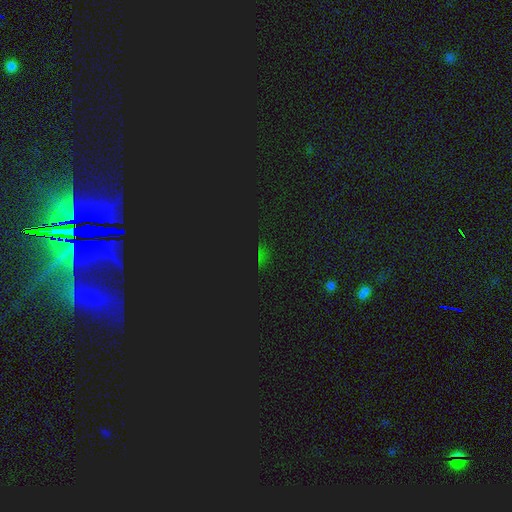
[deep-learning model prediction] This appears to be a star or artifact, not a galaxy (77%).